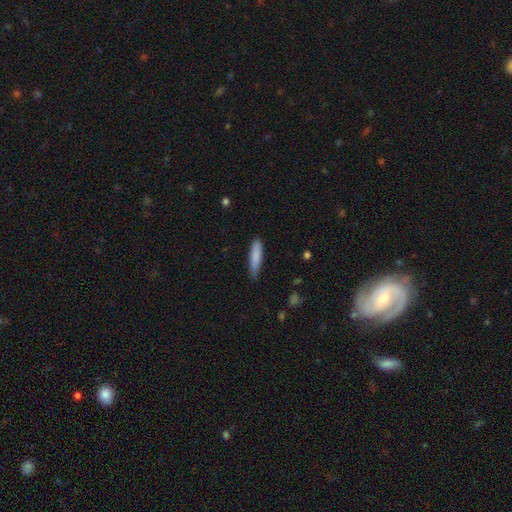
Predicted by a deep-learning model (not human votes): Smooth or featured: smooth — 85% (featured or disk — 9%)
How rounded: cigar-shaped — 80% (in between — 19%)
Merging: none — 77% (minor disturbance — 19%)